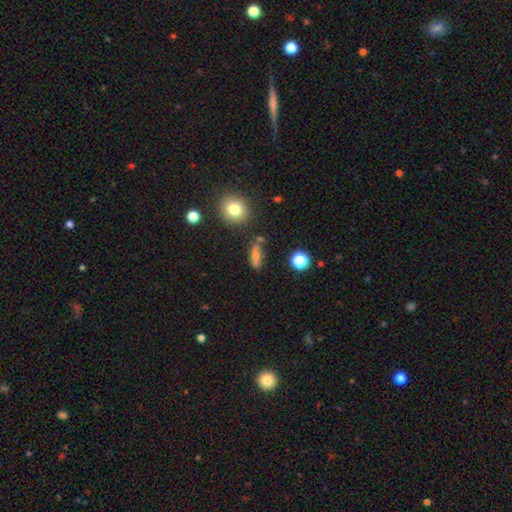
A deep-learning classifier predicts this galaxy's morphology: Smooth or featured? smooth (56%)
How rounded? in between (55%)
Merging? none (67%)